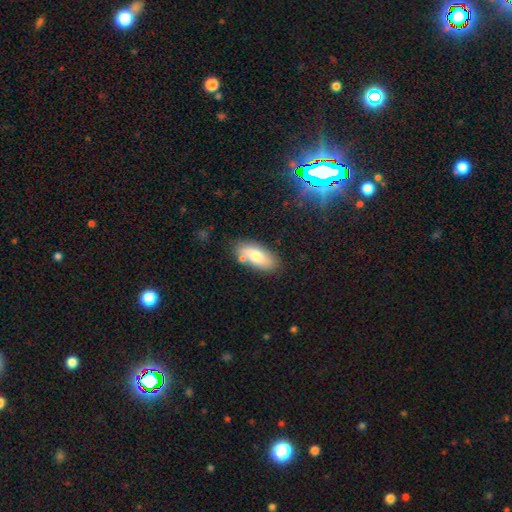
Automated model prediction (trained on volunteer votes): A smooth galaxy with no disk features (73%) that is in between round and cigar-shaped (84%).

Vote fractions:
- Smooth or featured? smooth: 73% / featured or disk: 20% / star or artifact: 7%
- How rounded? in between: 84% / cigar-shaped: 13% / round: 3%
- Merging? none: 75% / minor disturbance: 15% / merger: 8% / major disturbance: 3%